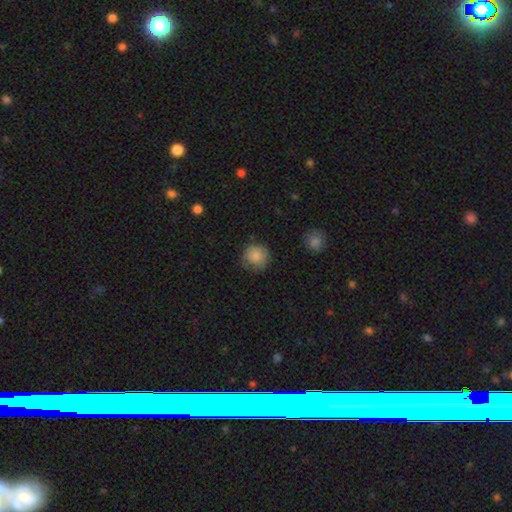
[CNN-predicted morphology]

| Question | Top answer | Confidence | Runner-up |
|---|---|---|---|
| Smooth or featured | smooth | 85% | star or artifact (8%) |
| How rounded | round | 93% | in between (6%) |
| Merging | none | 77% | minor disturbance (17%) |